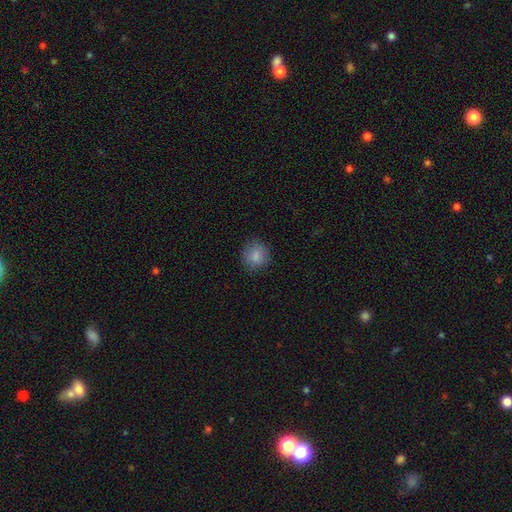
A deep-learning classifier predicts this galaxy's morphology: smooth_or_featured: smooth (p=0.86) [alt: star or artifact p=0.09]
how_rounded: round (p=0.83) [alt: in between p=0.16]
merging: none (p=0.84) [alt: minor disturbance p=0.12]